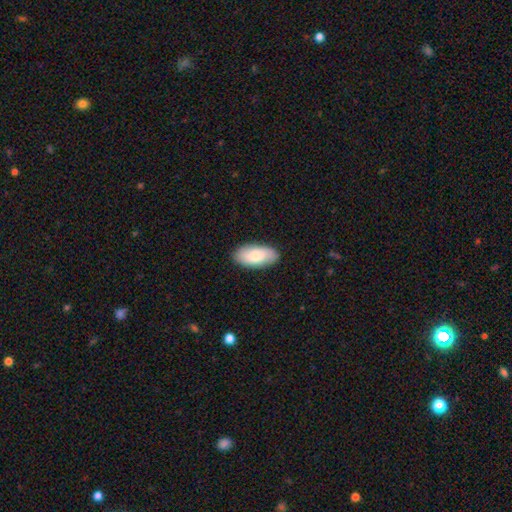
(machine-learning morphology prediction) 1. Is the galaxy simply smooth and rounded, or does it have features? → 76% smooth, 19% featured or disk, 6% star or artifact.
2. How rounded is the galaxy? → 94% in between, 4% cigar-shaped, 2% round.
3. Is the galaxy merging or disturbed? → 87% none, 10% minor disturbance, 2% major disturbance, 1% merger.